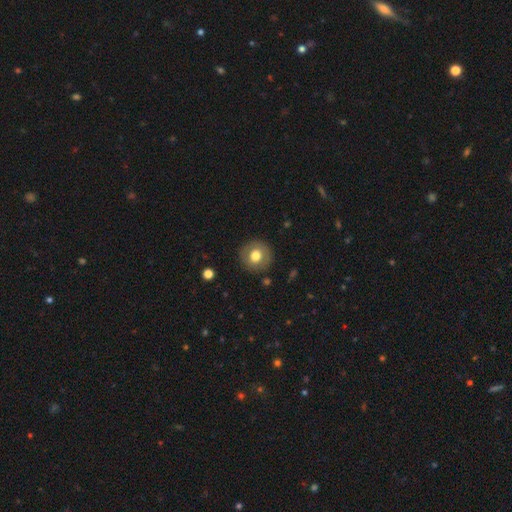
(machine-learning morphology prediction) A smooth galaxy with no disk features (70%) that is round (93%).

Vote fractions:
- Smooth or featured? smooth: 70% / featured or disk: 22% / star or artifact: 8%
- How rounded? round: 93% / in between: 7% / cigar-shaped: 1%
- Merging? none: 88% / minor disturbance: 8% / major disturbance: 3% / merger: 1%